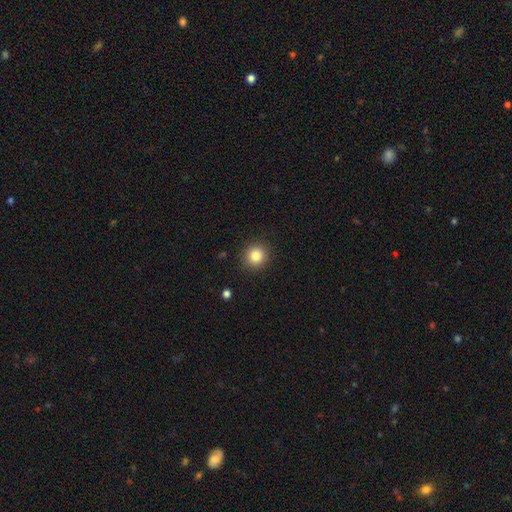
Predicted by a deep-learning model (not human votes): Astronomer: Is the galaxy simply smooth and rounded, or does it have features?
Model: smooth — 83%.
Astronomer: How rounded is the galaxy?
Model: round — 92%.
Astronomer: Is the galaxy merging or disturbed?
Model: none — 91%.